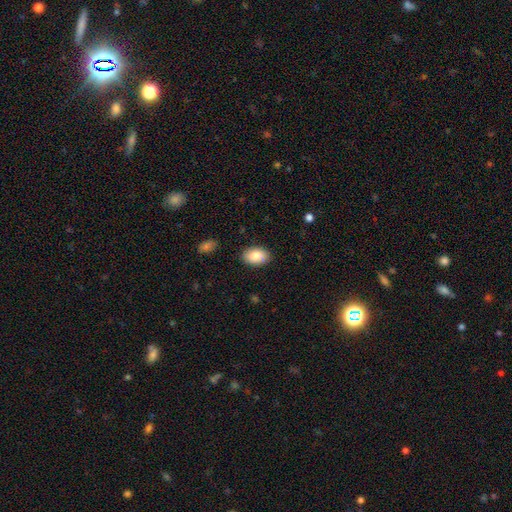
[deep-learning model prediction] smooth_or_featured: smooth (p=0.83) [alt: featured or disk p=0.10]
how_rounded: in between (p=0.87) [alt: round p=0.12]
merging: none (p=0.87) [alt: minor disturbance p=0.10]